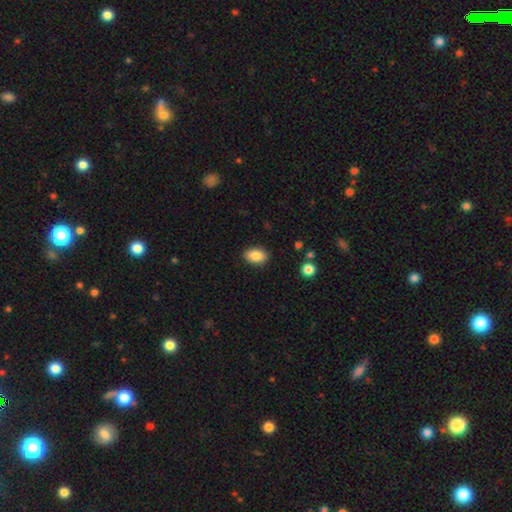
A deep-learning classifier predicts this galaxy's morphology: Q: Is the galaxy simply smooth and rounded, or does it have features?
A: smooth — 87%.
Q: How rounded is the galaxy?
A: in between — 86%.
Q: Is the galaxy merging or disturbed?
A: none — 88%.